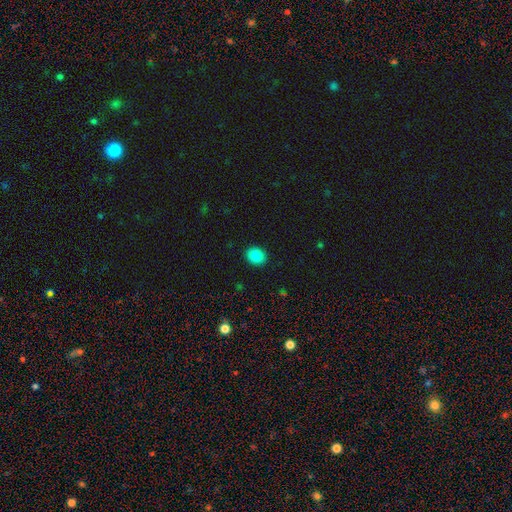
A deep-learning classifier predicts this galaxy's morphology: A smooth galaxy with no disk features (87%) that is round (60%).

Vote fractions:
- Smooth or featured? smooth: 87% / star or artifact: 9% / featured or disk: 4%
- How rounded? round: 60% / in between: 40% / cigar-shaped: 1%
- Merging? none: 91% / minor disturbance: 6% / major disturbance: 2% / merger: 1%